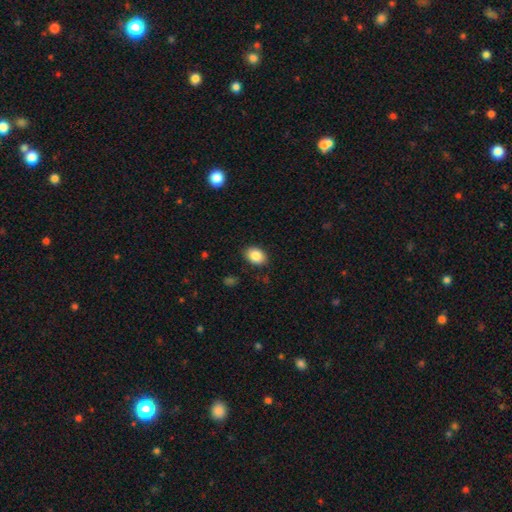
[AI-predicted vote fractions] A smooth galaxy with no disk features (87%) that is in between round and cigar-shaped (74%). Merging: none (86%).